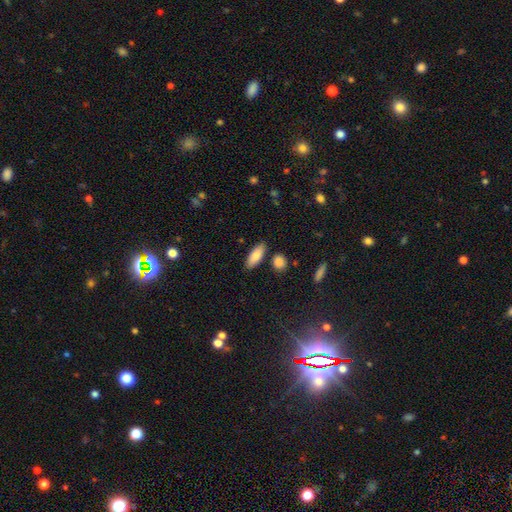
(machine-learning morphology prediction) Smooth or featured? smooth (86%)
How rounded? in between (73%)
Merging? none (83%)